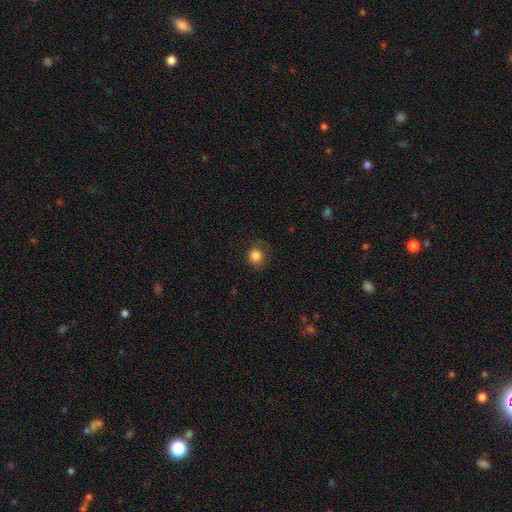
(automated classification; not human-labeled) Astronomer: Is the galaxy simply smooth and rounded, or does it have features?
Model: smooth — 84%.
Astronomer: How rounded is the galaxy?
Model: round — 86%.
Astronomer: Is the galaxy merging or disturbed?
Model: none — 77%.